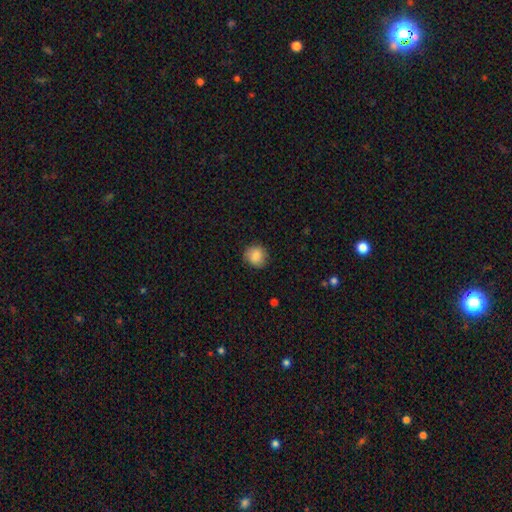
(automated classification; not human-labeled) Smooth or featured? smooth (85%)
How rounded? round (83%)
Merging? none (84%)